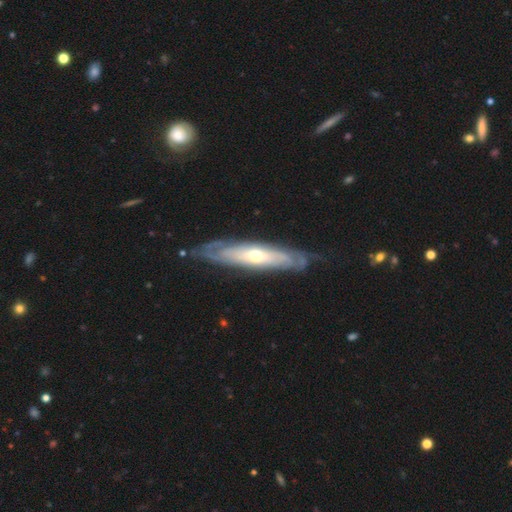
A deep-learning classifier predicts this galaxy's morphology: smooth-or-featured: featured or disk: 75% | smooth: 20% | star or artifact: 5%
  disk-edge-on: no: 62% | yes: 38%
  merging: none: 73% | minor disturbance: 19% | major disturbance: 7% | merger: 2%